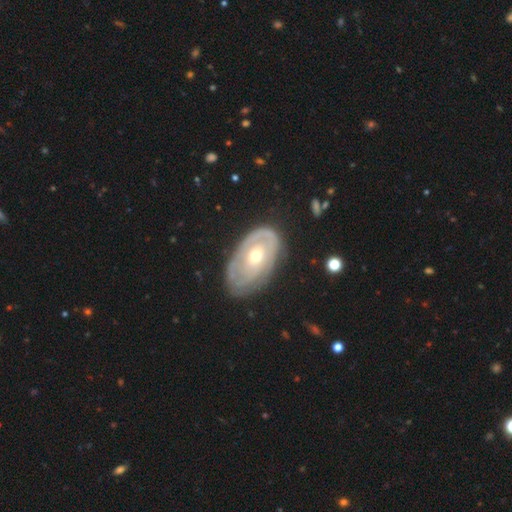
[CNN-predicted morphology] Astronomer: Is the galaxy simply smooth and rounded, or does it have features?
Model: featured or disk — 73%.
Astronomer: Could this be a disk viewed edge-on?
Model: no — 93%.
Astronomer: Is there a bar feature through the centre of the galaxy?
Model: no — 77%.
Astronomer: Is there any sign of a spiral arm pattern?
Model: yes — 68%.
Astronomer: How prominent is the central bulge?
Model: moderate — 58% (runner-up: small, 38%).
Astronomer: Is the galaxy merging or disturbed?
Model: none — 71%.